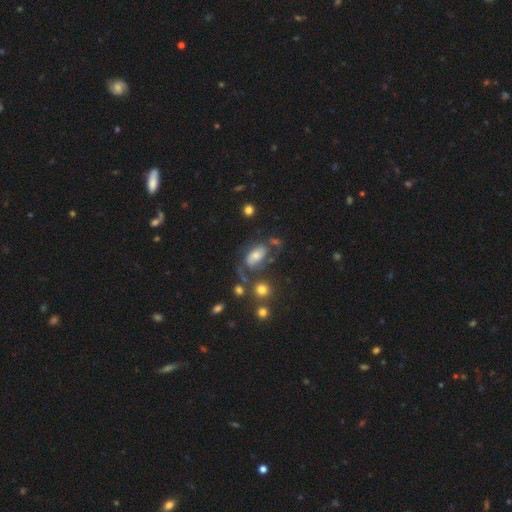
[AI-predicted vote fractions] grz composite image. It shows a smooth galaxy with no disk features (47%). Merging: none (43%).